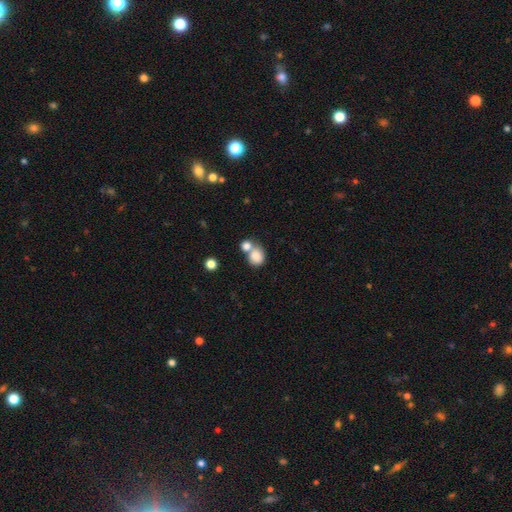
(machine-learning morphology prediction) Overall: smooth (83%). How rounded: round (71%). Merging: merger (50%; none 36%).